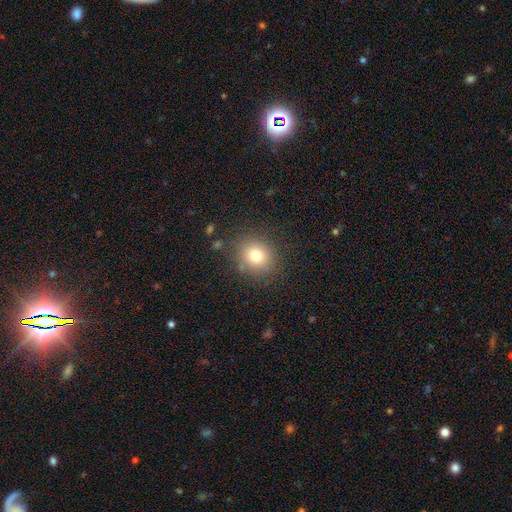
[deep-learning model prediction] Overall: smooth (77%). How rounded: round (78%). Merging: none (84%).